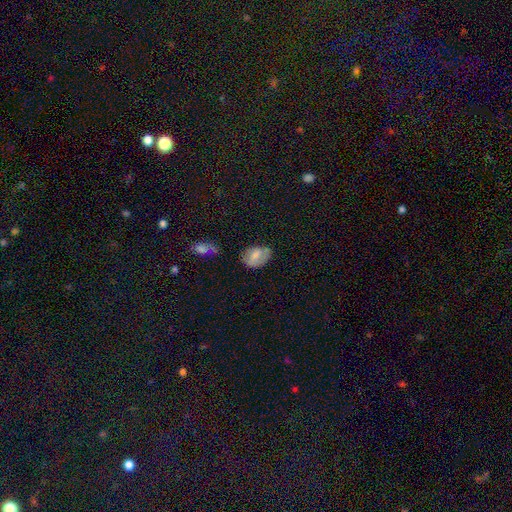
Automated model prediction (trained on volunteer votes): smooth_or_featured: smooth (p=0.65) [alt: featured or disk p=0.27]
how_rounded: in between (p=0.79) [alt: round p=0.20]
merging: none (p=0.49) [alt: minor disturbance p=0.33]